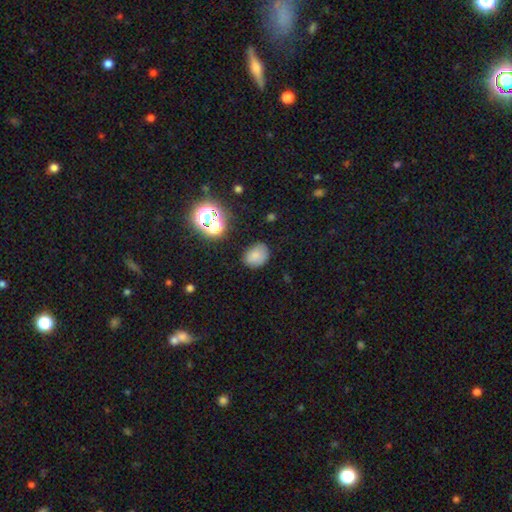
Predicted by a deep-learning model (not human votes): The model was most divided on "how rounded": in between: 59%, round: 40%, cigar-shaped: 1%. More confident: smooth or featured — smooth (75%); merging — none (74%).